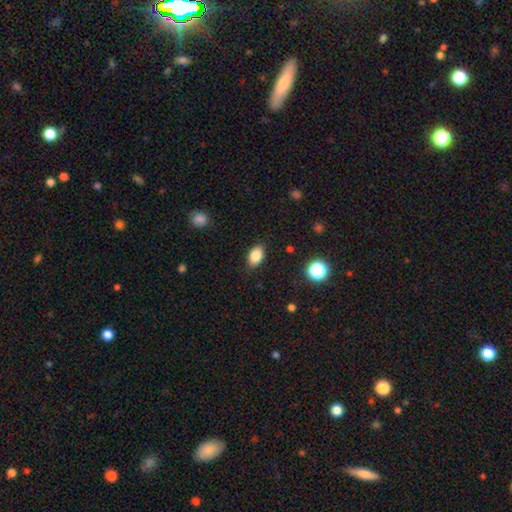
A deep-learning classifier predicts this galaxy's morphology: A smooth galaxy with no disk features (86%) that is in between round and cigar-shaped (89%). Merging: none (86%).